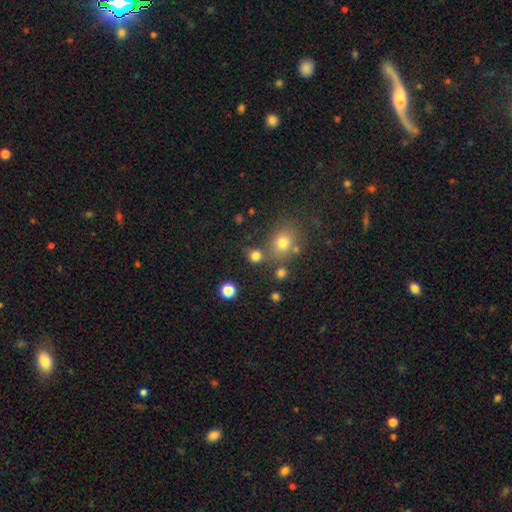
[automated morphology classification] Smooth or featured? smooth (77%)
How rounded? round (84%)
Merging? none (72%)